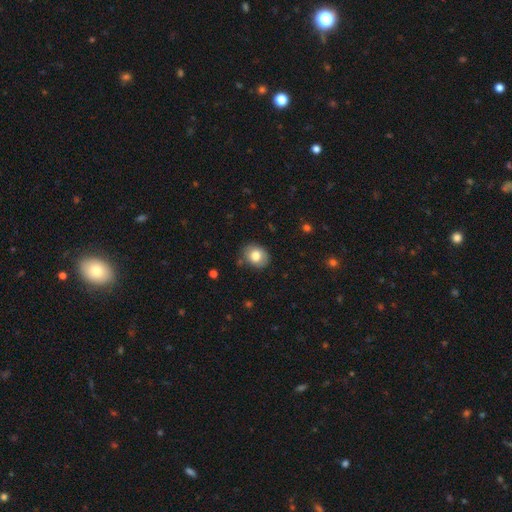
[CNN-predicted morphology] Smooth or featured? smooth (79%)
How rounded? round (54%)
Merging? none (83%)